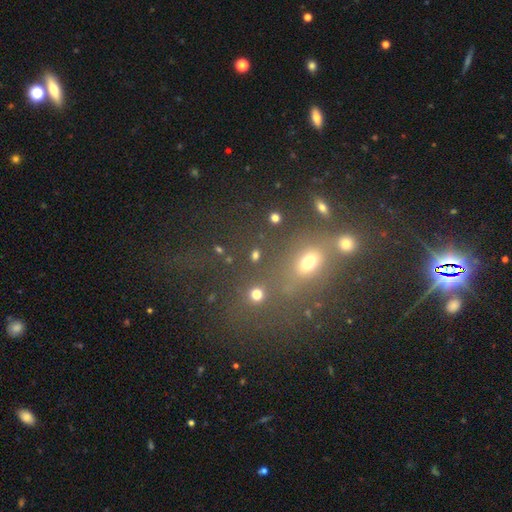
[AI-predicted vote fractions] smooth-or-featured: smooth: 55% | star or artifact: 32% | featured or disk: 14%
  how-rounded: in between: 46% (tied) | round: 46% (tied) | cigar-shaped: 8%
  merging: none: 49% | merger: 30% | minor disturbance: 12% | major disturbance: 10%